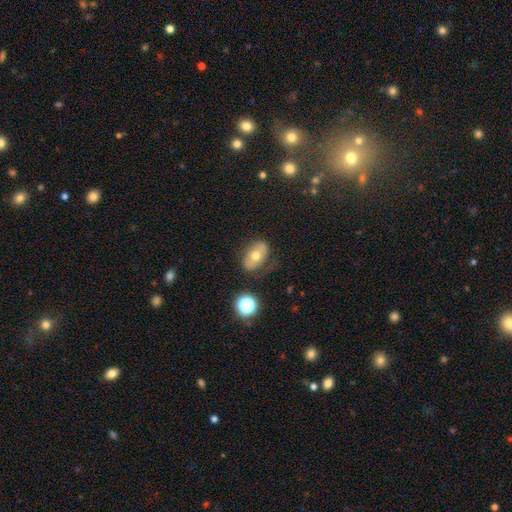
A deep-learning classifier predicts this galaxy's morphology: A smooth galaxy with no disk features (55%) that is in between round and cigar-shaped (83%). Merging: none (67%).